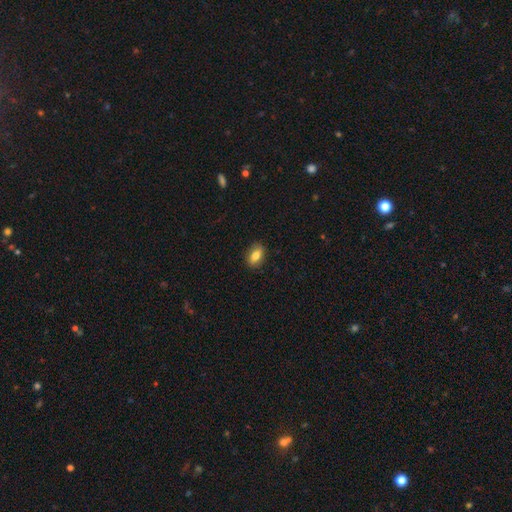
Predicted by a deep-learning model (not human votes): Morphology: type=smooth (82%); roundness=in between (84%); merging=none (88%).